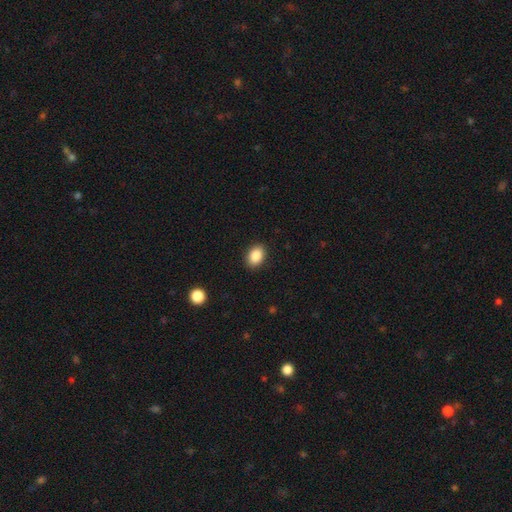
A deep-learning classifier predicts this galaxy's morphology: A smooth galaxy with no disk features (87%) that is in between round and cigar-shaped (78%).

Vote fractions:
- Smooth or featured? smooth: 87% / star or artifact: 8% / featured or disk: 5%
- How rounded? in between: 78% / round: 21% / cigar-shaped: 1%
- Merging? none: 90% / minor disturbance: 7% / major disturbance: 2% / merger: 1%